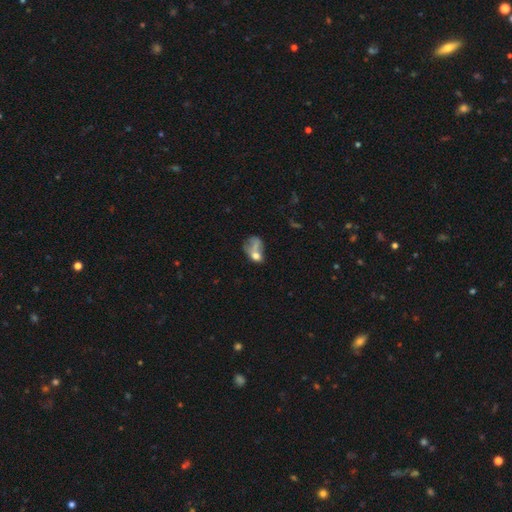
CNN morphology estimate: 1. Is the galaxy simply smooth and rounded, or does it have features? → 55% smooth, 32% featured or disk, 14% star or artifact.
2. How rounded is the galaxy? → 70% in between, 27% round, 3% cigar-shaped.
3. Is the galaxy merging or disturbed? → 35% major disturbance, 30% merger, 20% none, 16% minor disturbance.